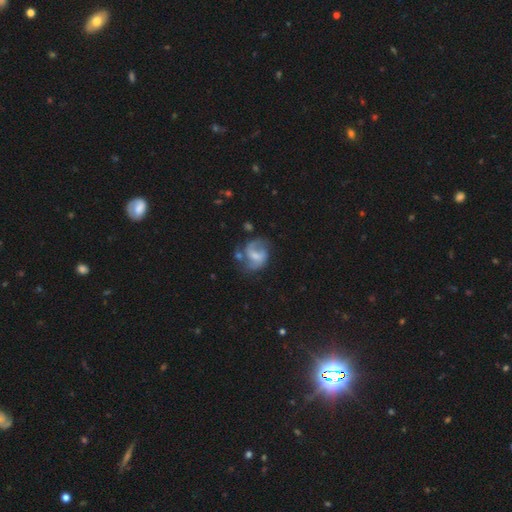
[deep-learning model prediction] A featured or disk galaxy (66%) with a weak bar (50%), 2 (67%) medium (45%) spiral arms (82%) and a small central bulge (37%).

Vote fractions:
- Smooth or featured? featured or disk: 66% / smooth: 26% / star or artifact: 8%
- Edge-on disk? no: 98% / yes: 2%
- Bar? weak: 50% / no: 34% / strong: 17%
- Spiral arms? yes: 82% / no: 18%
- Spiral winding? medium: 45% / loose: 36% / tight: 19%
- Spiral arm count? 2: 67% / 1: 16% / can't tell: 12% / 3: 3% / 4: 1% / more than 4: 1%
- Bulge size? small: 37% / moderate: 33% / none: 23% / large: 6% / dominant: 1%
- Merging? none: 47% / minor disturbance: 24% / major disturbance: 21% / merger: 8%